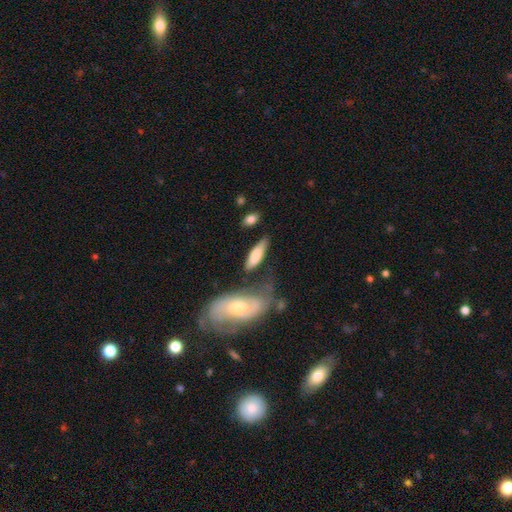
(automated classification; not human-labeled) Smooth or featured: smooth — 72% (featured or disk — 22%)
How rounded: in between — 52% (cigar-shaped — 45%)
Merging: none — 60% (minor disturbance — 20%)